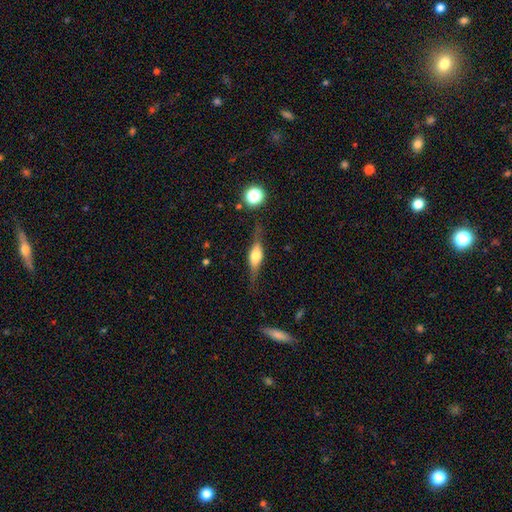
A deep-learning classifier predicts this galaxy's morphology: A featured or disk galaxy (63%) viewed edge-on (93%) with a rounded central bulge (86%). Merging: none (76%).